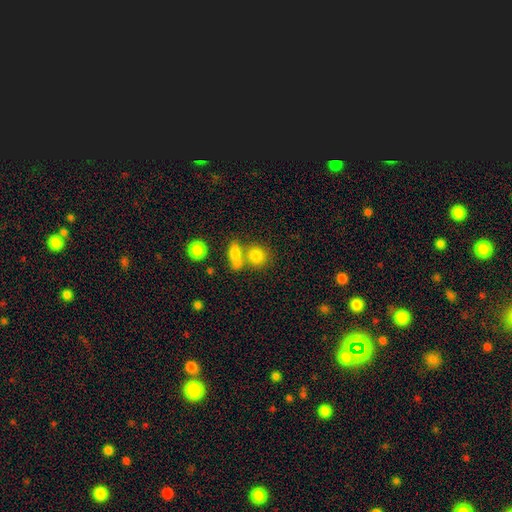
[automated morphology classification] smooth-or-featured: smooth: 80% | star or artifact: 10% | featured or disk: 10%
  how-rounded: round: 73% | in between: 25% | cigar-shaped: 2%
  merging: none: 51% | merger: 36% | minor disturbance: 9% | major disturbance: 4%